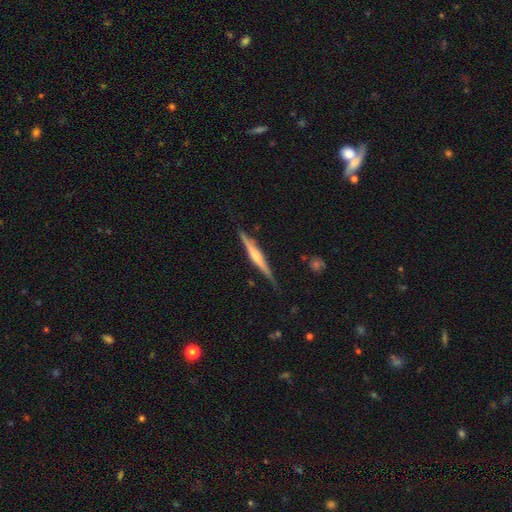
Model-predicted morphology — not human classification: Smooth or featured? Predicted: featured or disk (p=0.65). Edge-on disk? Predicted: yes (p=0.97). Edge-on bulge? Predicted: rounded (p=0.59). Merging? Predicted: none (p=0.80).